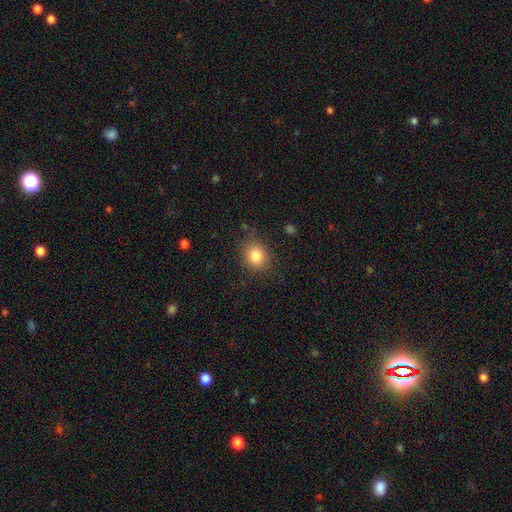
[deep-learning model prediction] Smooth or featured: smooth — 83% (star or artifact — 10%)
How rounded: round — 66% (in between — 33%)
Merging: none — 79% (minor disturbance — 15%)